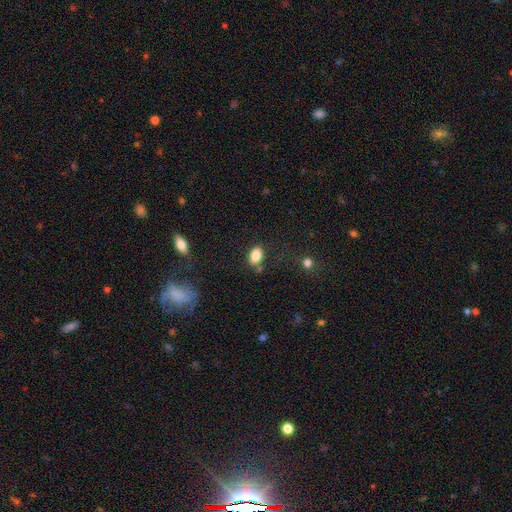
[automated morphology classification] A smooth galaxy with no disk features (85%) that is in between round and cigar-shaped (86%).

Vote fractions:
- Smooth or featured? smooth: 85% / star or artifact: 9% / featured or disk: 6%
- How rounded? in between: 86% / round: 12% / cigar-shaped: 2%
- Merging? none: 73% / minor disturbance: 15% / merger: 7% / major disturbance: 4%